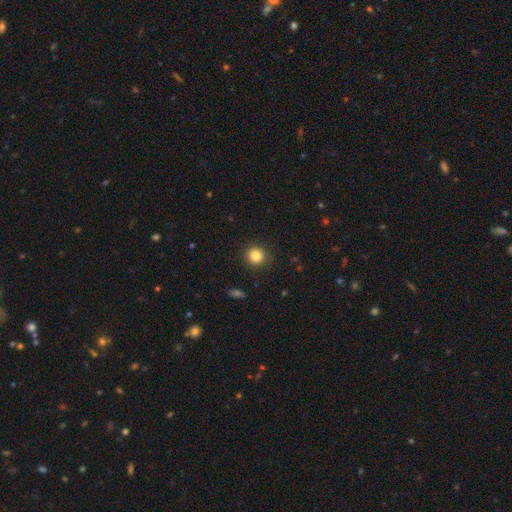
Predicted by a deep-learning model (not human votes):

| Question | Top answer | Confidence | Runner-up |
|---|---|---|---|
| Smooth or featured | smooth | 84% | star or artifact (11%) |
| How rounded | round | 92% | in between (7%) |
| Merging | none | 90% | minor disturbance (6%) |